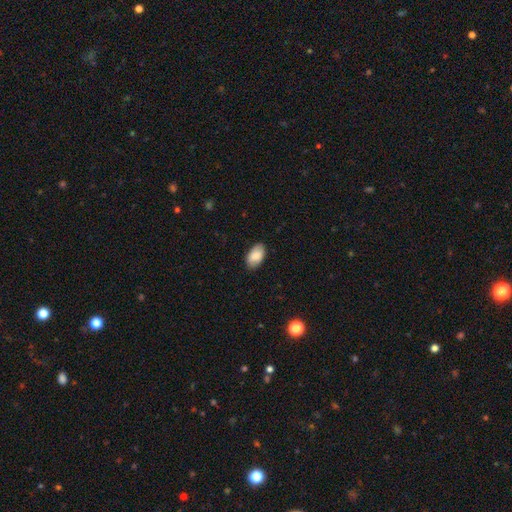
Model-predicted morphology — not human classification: This appears to be a smooth galaxy with no disk features (84%) that is in between round and cigar-shaped (94%). Merging: none (85%).